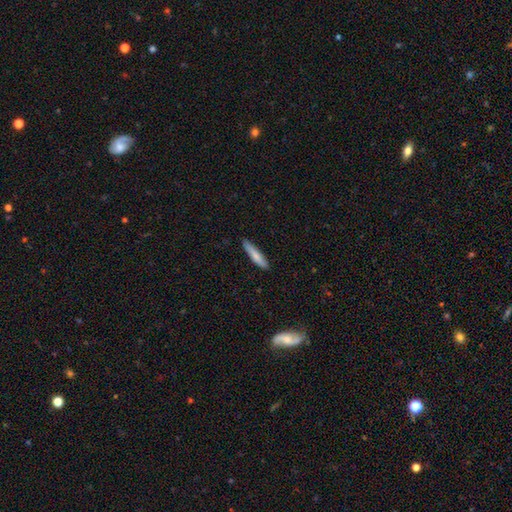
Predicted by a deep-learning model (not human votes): Smooth or featured?
  - smooth: 75% *
  - featured or disk: 19%
  - star or artifact: 6%
How rounded?
  - cigar-shaped: 87% *
  - in between: 12%
  - round: 1%
Merging?
  - none: 87% *
  - minor disturbance: 10%
  - major disturbance: 2%
  - merger: 1%